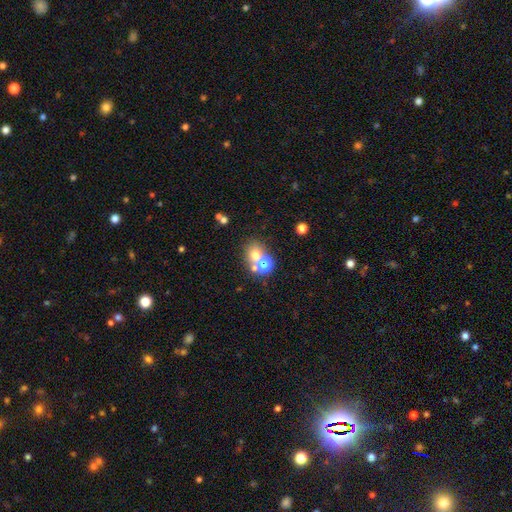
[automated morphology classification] type=smooth (61%); roundness=round (71%); merging=none (51%).